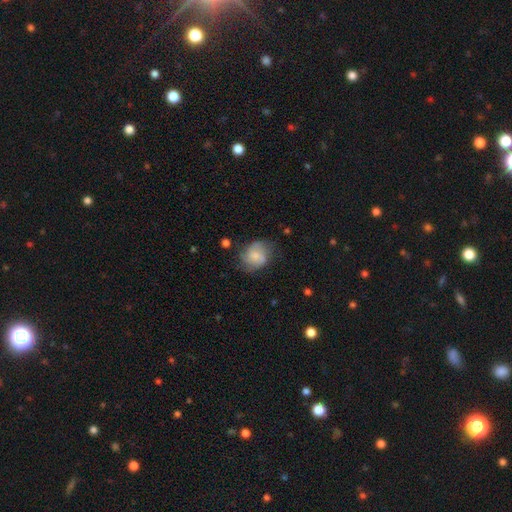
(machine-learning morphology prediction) Smooth or featured? smooth (59%)
How rounded? round (58%)
Merging? none (56%)